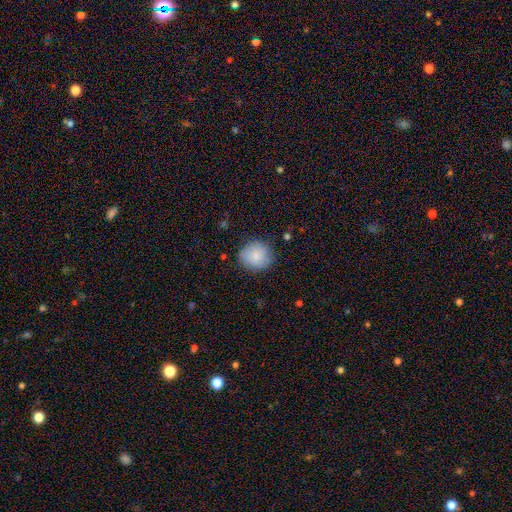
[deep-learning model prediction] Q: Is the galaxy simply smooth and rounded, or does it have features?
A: smooth — 84%.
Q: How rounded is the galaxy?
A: round — 88%.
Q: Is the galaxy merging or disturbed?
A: none — 83%.